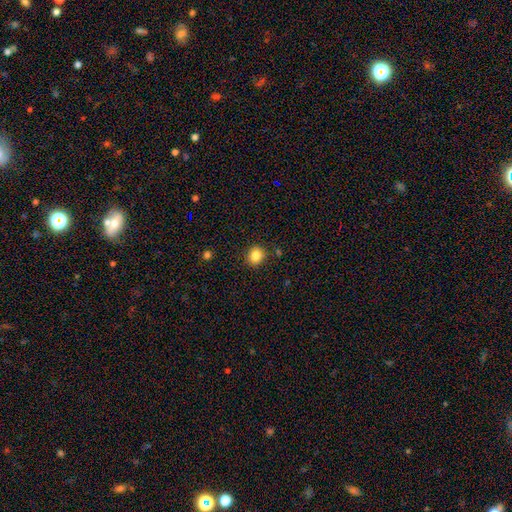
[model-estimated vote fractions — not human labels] This appears to be a smooth galaxy with no disk features (84%) that is round (80%). Merging: none (88%).